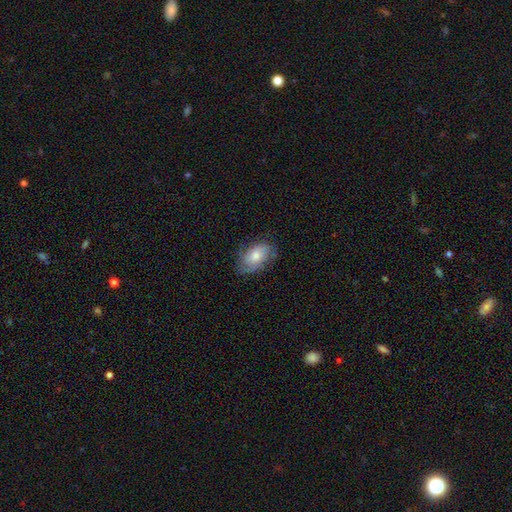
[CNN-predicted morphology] A smooth galaxy with no disk features (59%) that is in between round and cigar-shaped (90%).

Vote fractions:
- Smooth or featured? smooth: 59% / featured or disk: 34% / star or artifact: 7%
- How rounded? in between: 90% / round: 8% / cigar-shaped: 2%
- Merging? none: 65% / minor disturbance: 25% / major disturbance: 9% / merger: 1%